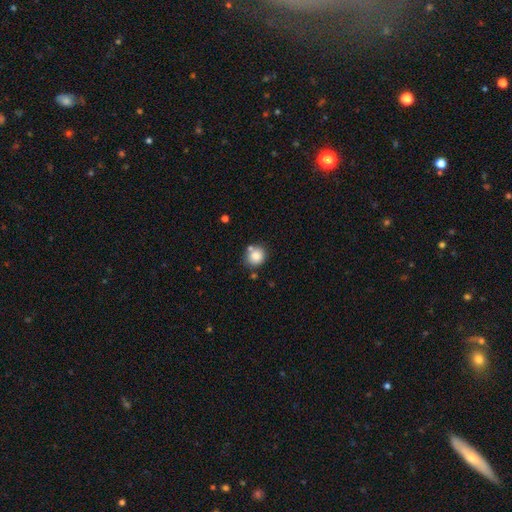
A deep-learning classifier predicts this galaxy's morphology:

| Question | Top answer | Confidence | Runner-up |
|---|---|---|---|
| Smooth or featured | smooth | 85% | star or artifact (9%) |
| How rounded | round | 83% | in between (16%) |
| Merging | none | 69% | minor disturbance (14%) |